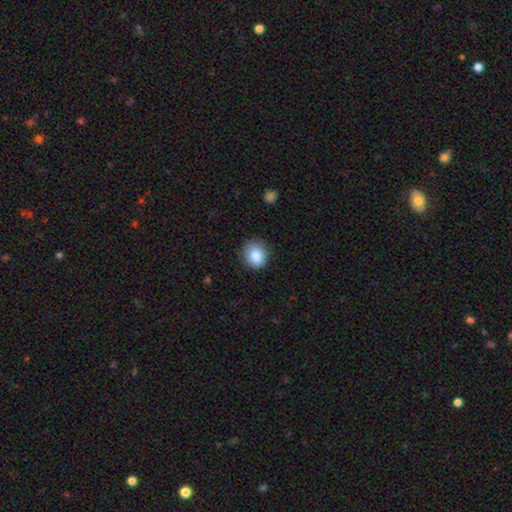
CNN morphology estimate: Smooth or featured? Predicted: smooth (p=0.85). How rounded? Predicted: round (p=0.73). Merging? Predicted: none (p=0.82).